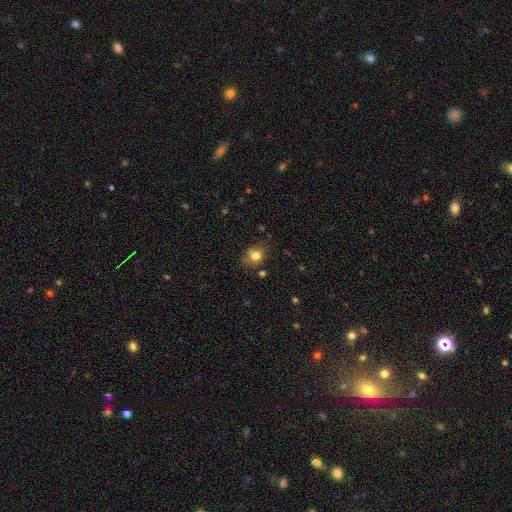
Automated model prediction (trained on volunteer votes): A smooth galaxy with no disk features (80%) that is round (60%). Merging: none (71%).